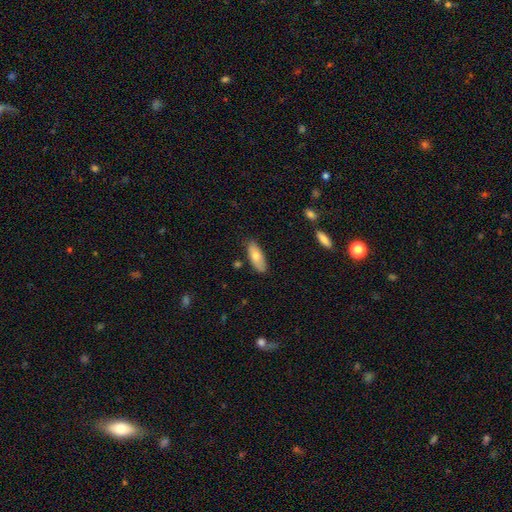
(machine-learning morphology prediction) The model was most divided on "smooth or featured": smooth: 69%, featured or disk: 24%, star or artifact: 7%. More confident: merging — none (82%); how rounded — in between (76%).